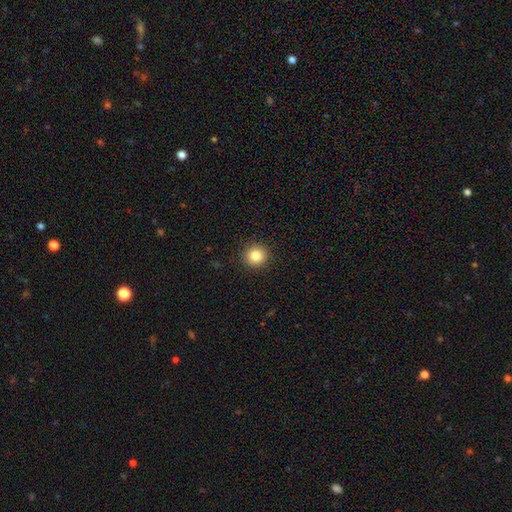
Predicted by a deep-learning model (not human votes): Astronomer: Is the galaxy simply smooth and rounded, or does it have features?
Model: smooth — 83%.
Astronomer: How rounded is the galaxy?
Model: round — 94%.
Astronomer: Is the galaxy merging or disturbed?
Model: none — 92%.